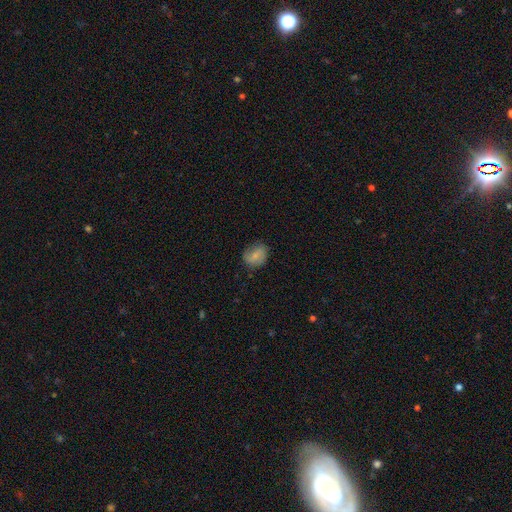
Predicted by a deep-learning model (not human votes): smooth 62%, featured or disk 30%, star or artifact 8%. Down the decision tree: how rounded — round (52%); merging — none (67%).